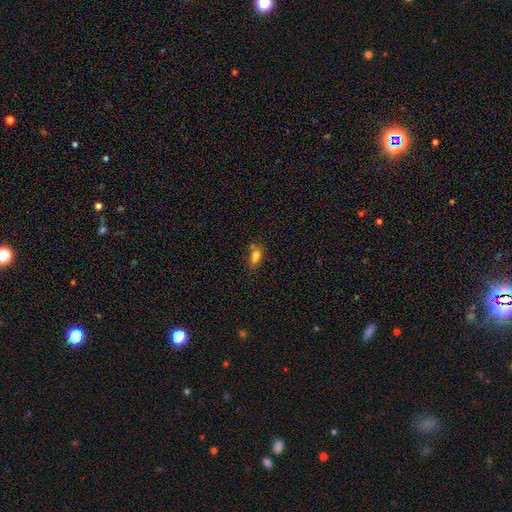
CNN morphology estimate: smooth 74%, featured or disk 14%, star or artifact 13%. Down the decision tree: how rounded — in between (80%); merging — none (52%).